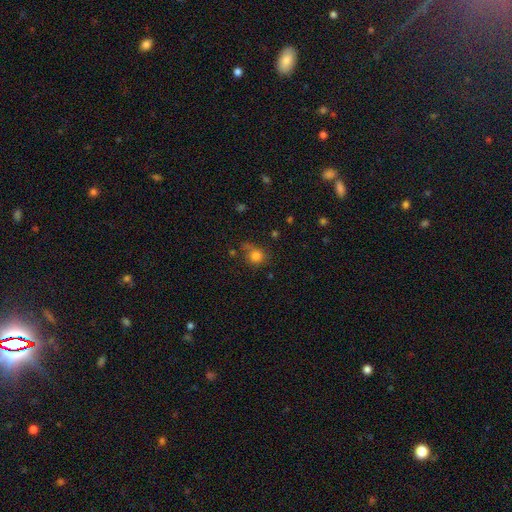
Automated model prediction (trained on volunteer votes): Smooth or featured?
  - smooth: 80% *
  - star or artifact: 13%
  - featured or disk: 8%
How rounded?
  - round: 80% *
  - in between: 19%
  - cigar-shaped: 1%
Merging?
  - none: 58% *
  - minor disturbance: 24%
  - major disturbance: 10%
  - merger: 8%